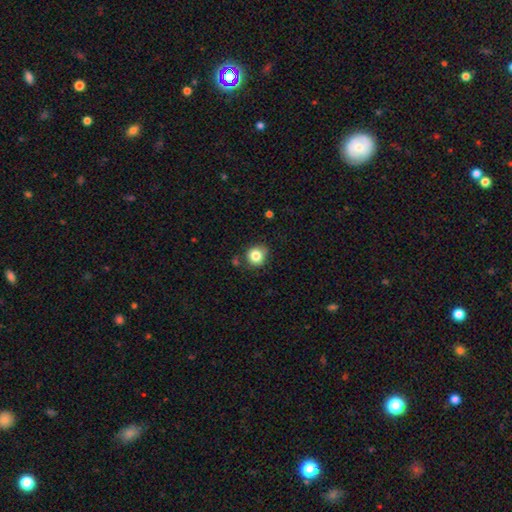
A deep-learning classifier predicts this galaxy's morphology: Smooth or featured? smooth (83%)
How rounded? round (88%)
Merging? none (78%)